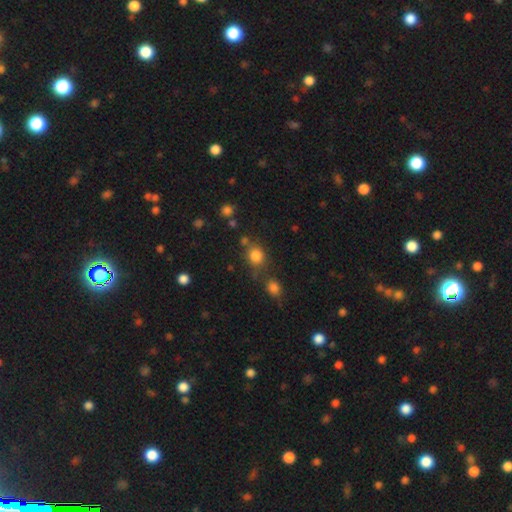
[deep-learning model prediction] Q: Smooth or featured?
A: smooth (81%); runner-up: star or artifact (13%)
Q: How rounded?
A: round (78%); runner-up: in between (21%)
Q: Merging?
A: none (63%); runner-up: merger (17%)